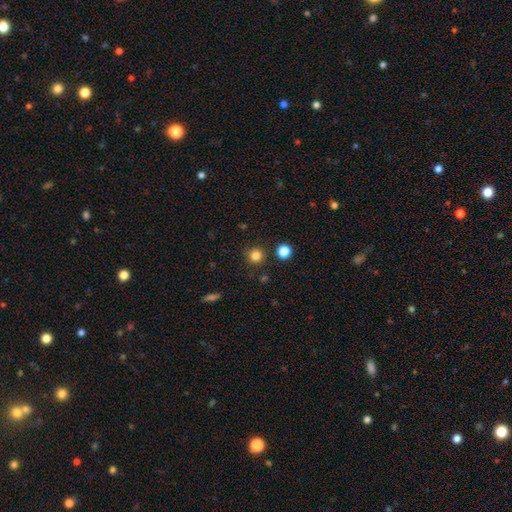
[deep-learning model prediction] Morphology: type=smooth (83%); roundness=round (94%); merging=none (87%).